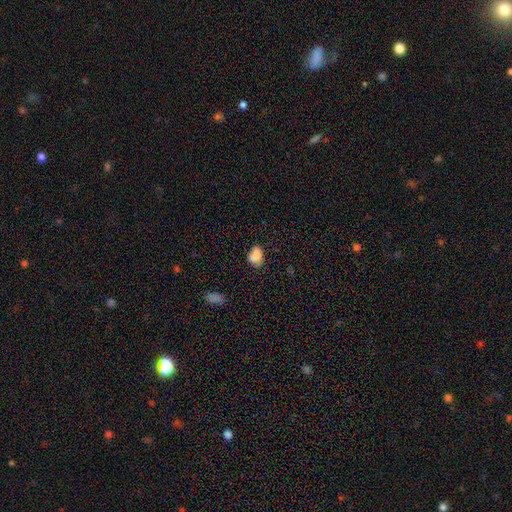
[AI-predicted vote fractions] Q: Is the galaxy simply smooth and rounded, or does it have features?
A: smooth — 83%.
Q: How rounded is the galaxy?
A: in between — 82%.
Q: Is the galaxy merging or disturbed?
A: none — 60%.